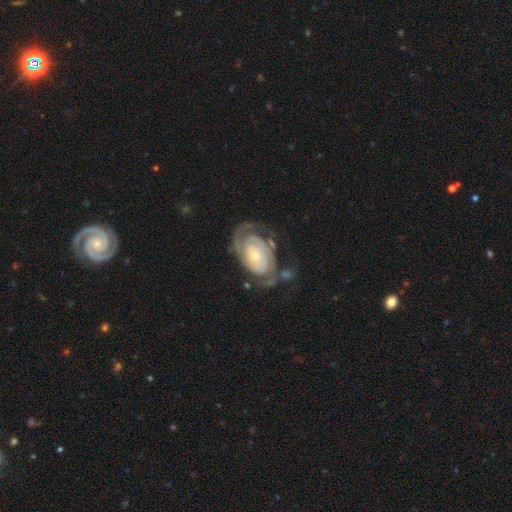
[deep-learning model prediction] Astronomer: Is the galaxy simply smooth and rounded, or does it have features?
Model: featured or disk — 84%.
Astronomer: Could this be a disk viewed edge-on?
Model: no — 96%.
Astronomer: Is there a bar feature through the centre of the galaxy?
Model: no — 77%.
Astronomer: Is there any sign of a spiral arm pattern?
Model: yes — 91%.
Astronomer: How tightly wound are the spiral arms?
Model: tight — 69%.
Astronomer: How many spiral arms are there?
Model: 2 — 49% (runner-up: can't tell, 27%).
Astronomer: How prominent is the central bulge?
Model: small — 64%.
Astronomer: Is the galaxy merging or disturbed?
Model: none — 52%.